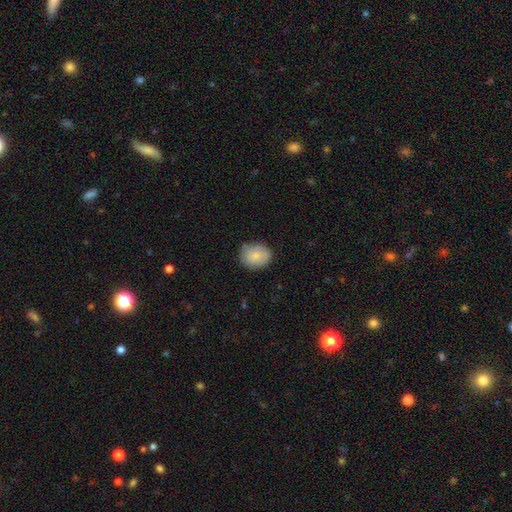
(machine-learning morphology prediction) smooth 80%, featured or disk 13%, star or artifact 7%. Down the decision tree: how rounded — round (54%); merging — none (73%).